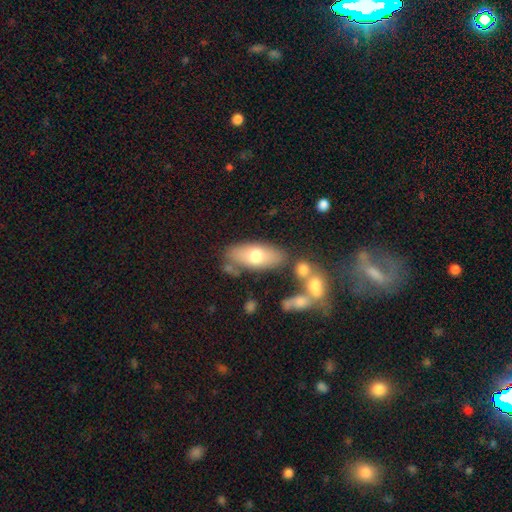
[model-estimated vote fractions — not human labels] This is likely a smooth galaxy (68%). How rounded: clearly in between (84%). Merging: likely none (71%).